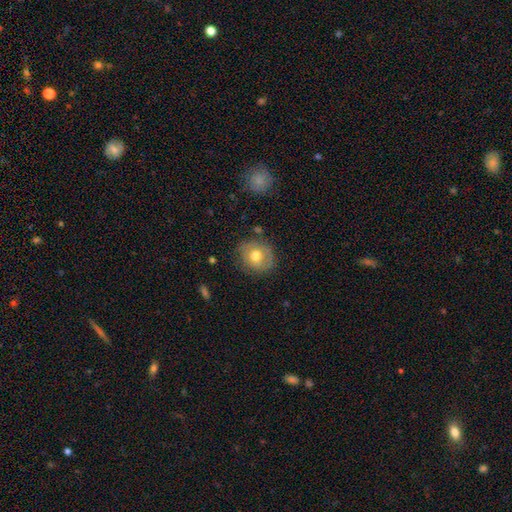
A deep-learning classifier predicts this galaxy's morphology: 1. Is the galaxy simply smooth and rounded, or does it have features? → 67% smooth, 25% featured or disk, 9% star or artifact.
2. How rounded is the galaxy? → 78% round, 21% in between, 1% cigar-shaped.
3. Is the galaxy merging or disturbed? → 77% none, 17% minor disturbance, 5% major disturbance, 2% merger.